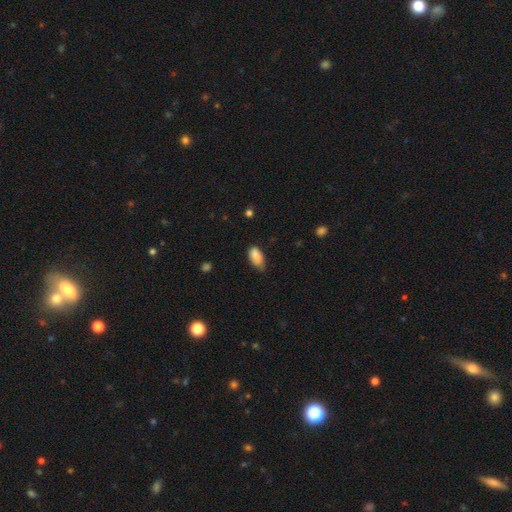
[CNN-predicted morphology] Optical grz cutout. It shows a smooth galaxy with no disk features (87%) that is in between round and cigar-shaped (92%). Merging: none (56%).